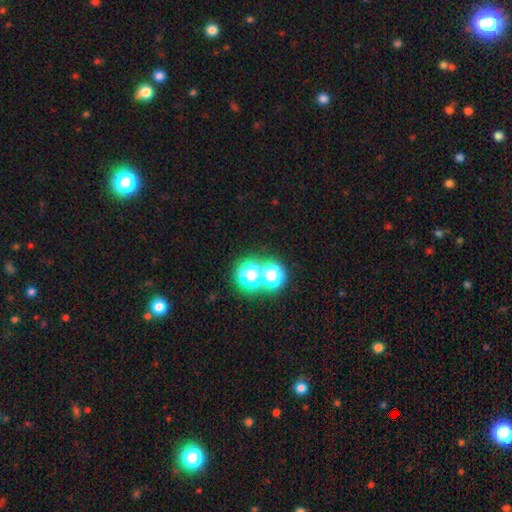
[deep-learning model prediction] Morphology: type=star or artifact (66%).